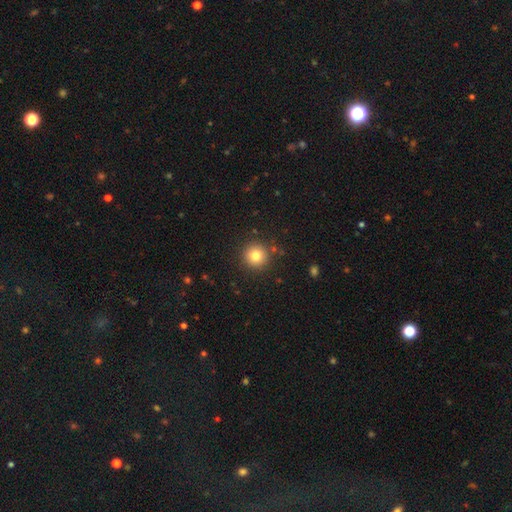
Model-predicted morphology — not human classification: Q: Smooth or featured?
A: smooth (81%); runner-up: star or artifact (12%)
Q: How rounded?
A: round (96%); runner-up: in between (3%)
Q: Merging?
A: none (90%); runner-up: minor disturbance (6%)